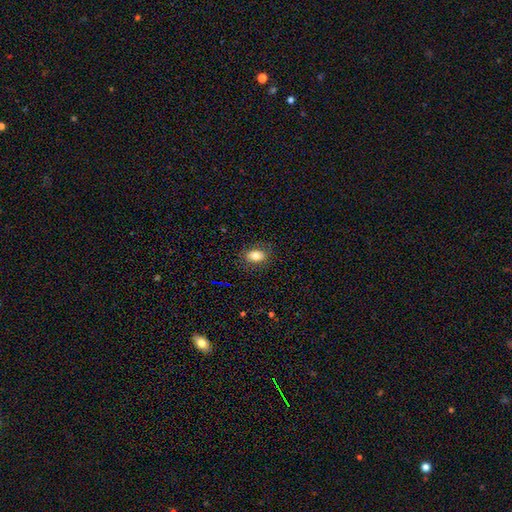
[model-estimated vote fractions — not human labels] Morphology: type=smooth (78%); roundness=in between (80%); merging=none (84%).